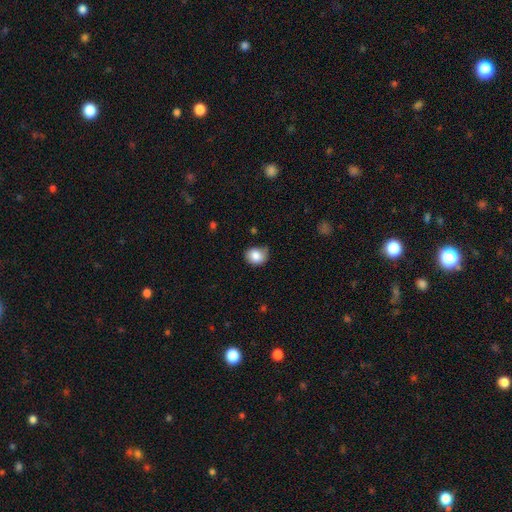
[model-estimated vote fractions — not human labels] The model was most divided on "merging": none: 58%, minor disturbance: 32%, major disturbance: 7%, merger: 2%. More confident: smooth or featured — smooth (83%); how rounded — round (65%).